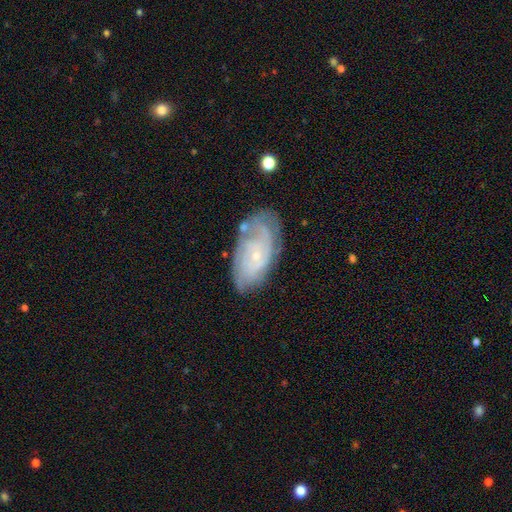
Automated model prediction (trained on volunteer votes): A featured or disk galaxy (75%) with no bar (76%), tight (67%) spiral arms (89%) and a small central bulge (83%). Merging: none (67%).